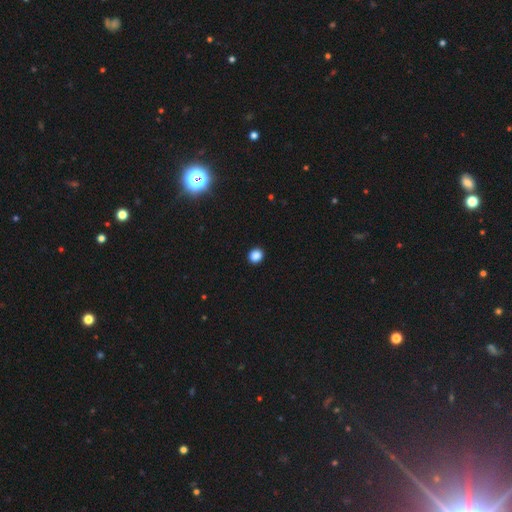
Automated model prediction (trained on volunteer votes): Smooth or featured: smooth — 87% (star or artifact — 11%)
How rounded: round — 76% (in between — 23%)
Merging: none — 92% (minor disturbance — 5%)